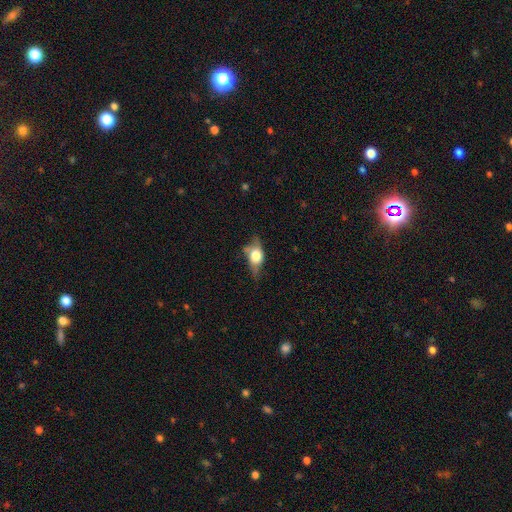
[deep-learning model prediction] Q: Smooth or featured?
A: smooth (52%); runner-up: featured or disk (39%)
Q: How rounded?
A: in between (70%); runner-up: round (19%)
Q: Merging?
A: none (50%); runner-up: minor disturbance (31%)